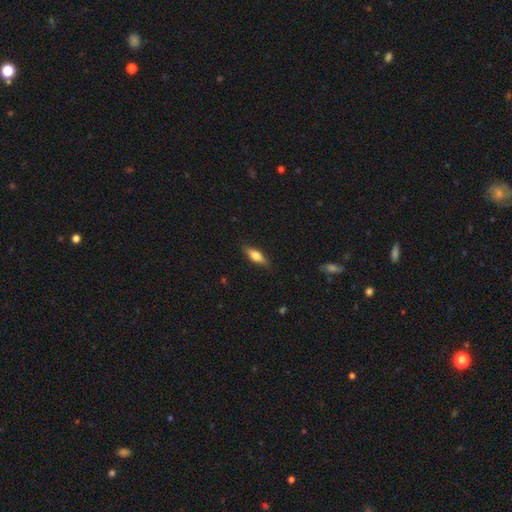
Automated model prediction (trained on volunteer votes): smooth_or_featured: smooth (p=0.62) [alt: featured or disk p=0.32]
how_rounded: in between (p=0.57) [alt: cigar-shaped p=0.40]
merging: none (p=0.86) [alt: minor disturbance p=0.11]